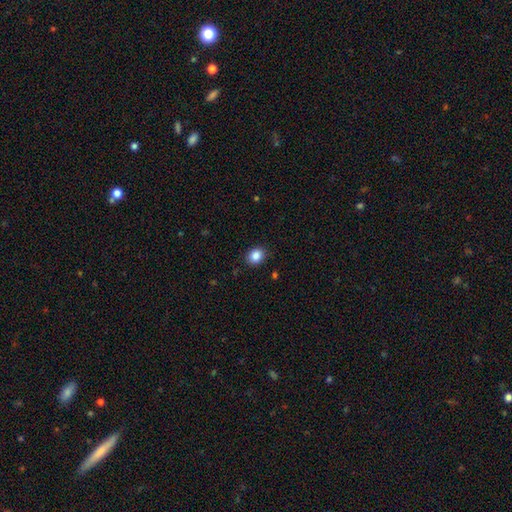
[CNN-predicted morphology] The model was most divided on "how rounded": round: 55%, in between: 44%, cigar-shaped: 1%. More confident: merging — none (88%); smooth or featured — smooth (86%).